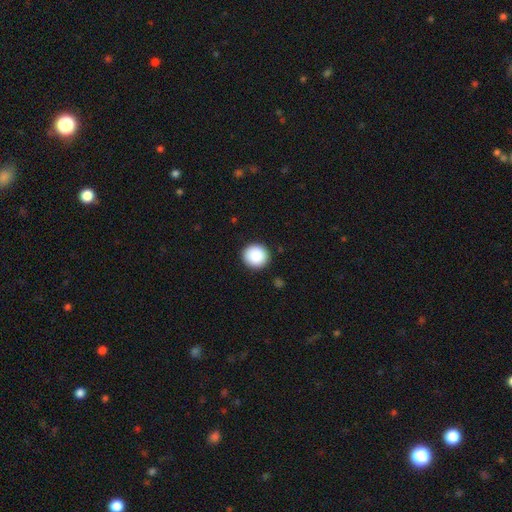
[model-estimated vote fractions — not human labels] A smooth galaxy with no disk features (89%) that is round (92%).

Vote fractions:
- Smooth or featured? smooth: 89% / star or artifact: 8% / featured or disk: 3%
- How rounded? round: 92% / in between: 7% / cigar-shaped: 1%
- Merging? none: 91% / minor disturbance: 6% / major disturbance: 2% / merger: 1%